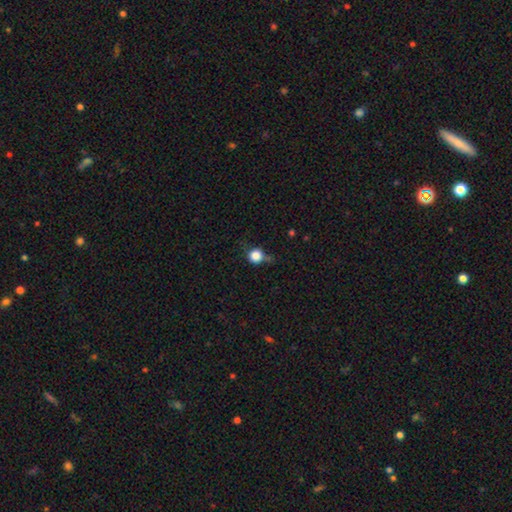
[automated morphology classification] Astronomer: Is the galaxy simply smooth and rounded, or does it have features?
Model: smooth — 81%.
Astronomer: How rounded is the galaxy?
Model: round — 91%.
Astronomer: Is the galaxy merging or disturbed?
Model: none — 55%.